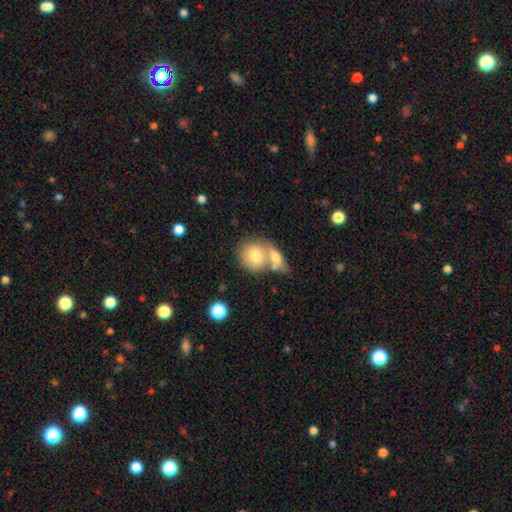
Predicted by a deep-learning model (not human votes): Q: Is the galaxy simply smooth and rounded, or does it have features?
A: smooth — 74%.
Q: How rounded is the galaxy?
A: round — 74%.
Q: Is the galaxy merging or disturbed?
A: merger — 51%.